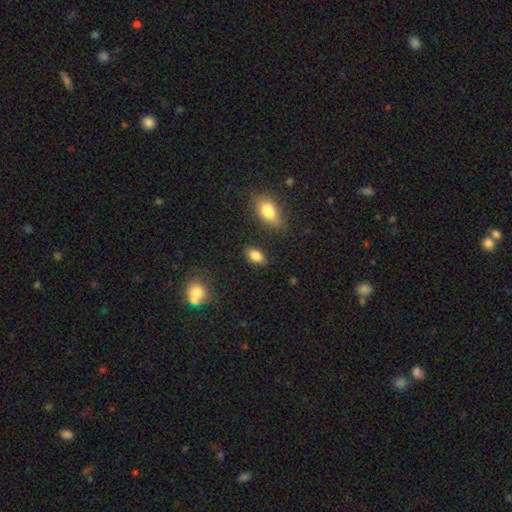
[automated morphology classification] This appears to be a smooth galaxy with no disk features (85%) that is in between round and cigar-shaped (90%). Merging: none (85%).